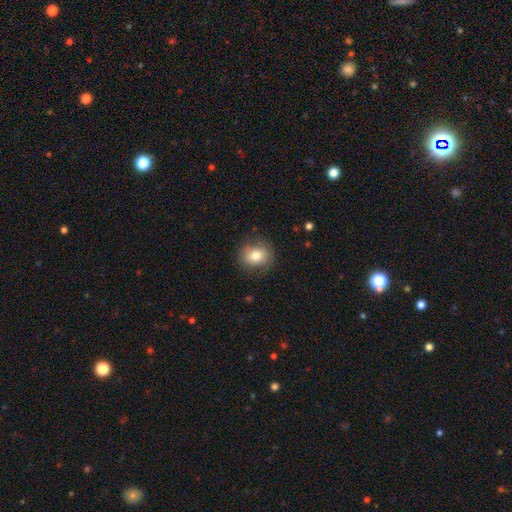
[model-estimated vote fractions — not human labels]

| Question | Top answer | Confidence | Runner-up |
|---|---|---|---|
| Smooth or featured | smooth | 78% | featured or disk (12%) |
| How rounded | round | 64% | in between (35%) |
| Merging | none | 83% | minor disturbance (12%) |